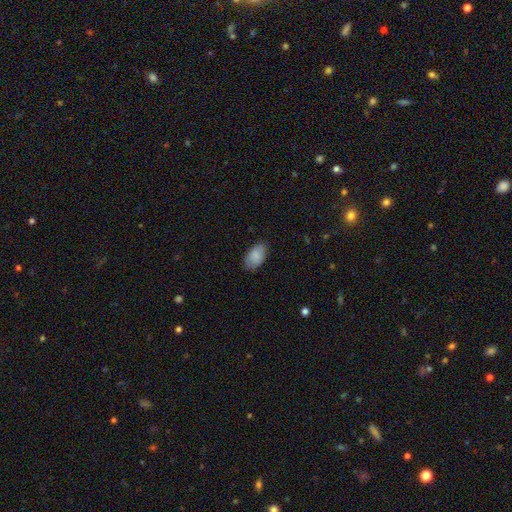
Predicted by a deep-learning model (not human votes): Smooth or featured? smooth (87%)
How rounded? in between (94%)
Merging? none (82%)